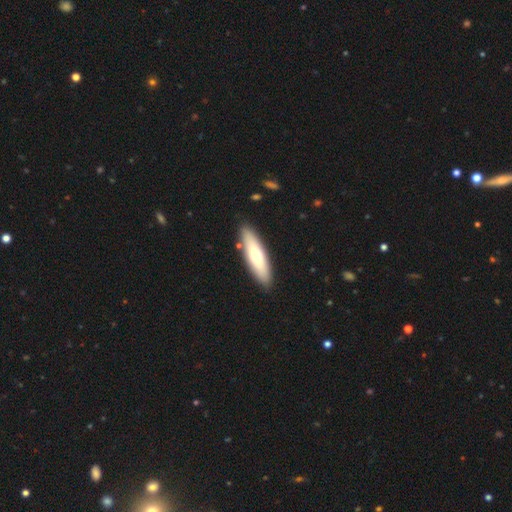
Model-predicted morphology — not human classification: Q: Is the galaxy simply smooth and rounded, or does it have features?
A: smooth — 61%.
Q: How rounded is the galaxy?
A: cigar-shaped — 59%.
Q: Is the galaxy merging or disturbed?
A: none — 88%.